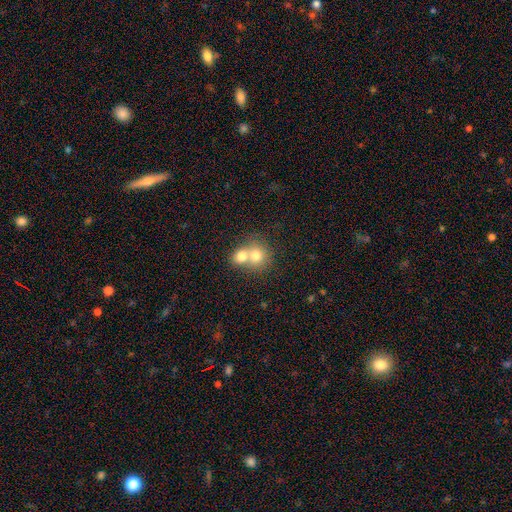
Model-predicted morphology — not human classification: A smooth galaxy with no disk features (74%) that is round (74%).

Vote fractions:
- Smooth or featured? smooth: 74% / featured or disk: 17% / star or artifact: 10%
- How rounded? round: 74% / in between: 25% / cigar-shaped: 1%
- Merging? merger: 67% / none: 26% / minor disturbance: 5% / major disturbance: 2%